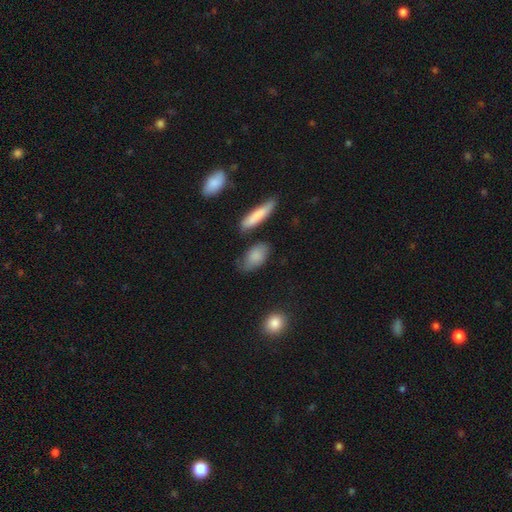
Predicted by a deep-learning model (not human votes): Smooth or featured?
  - smooth: 80% *
  - featured or disk: 13%
  - star or artifact: 7%
How rounded?
  - in between: 87% *
  - round: 7%
  - cigar-shaped: 6%
Merging?
  - none: 65% *
  - minor disturbance: 22%
  - major disturbance: 7%
  - merger: 6%